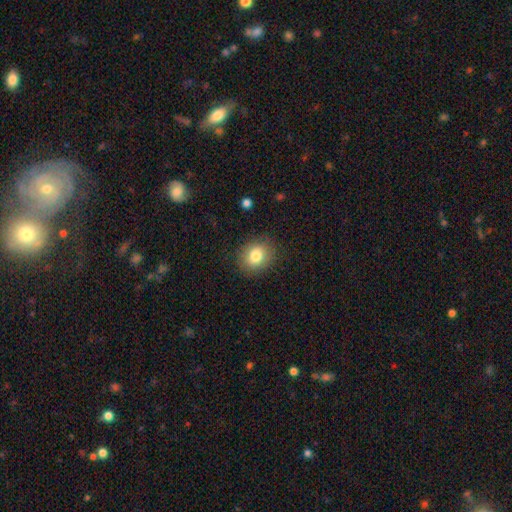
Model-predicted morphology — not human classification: smooth-or-featured: smooth: 81% | star or artifact: 10% | featured or disk: 10%
  how-rounded: round: 60% | in between: 40% | cigar-shaped: 1%
  merging: none: 87% | minor disturbance: 9% | major disturbance: 3% | merger: 1%